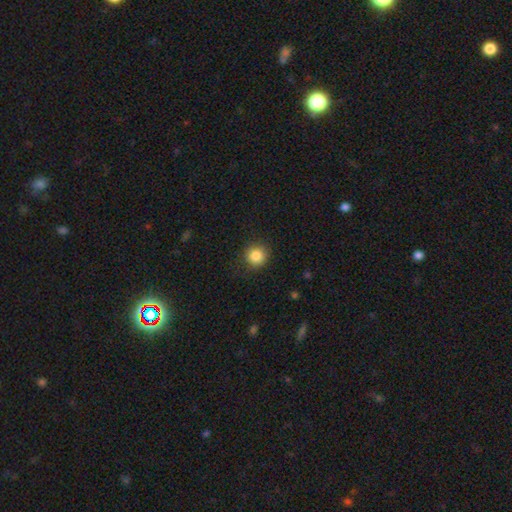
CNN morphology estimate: A smooth galaxy with no disk features (86%) that is round (92%). Merging: none (87%).